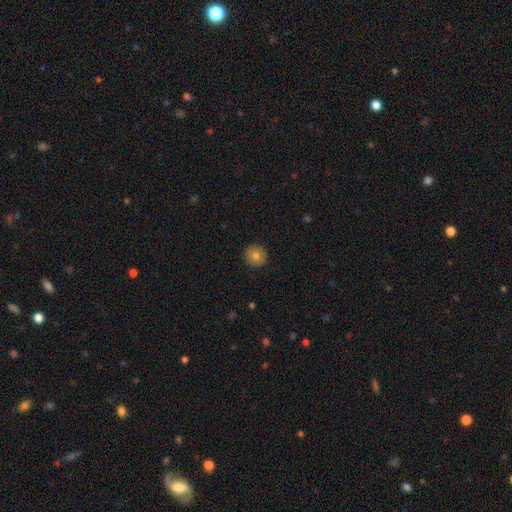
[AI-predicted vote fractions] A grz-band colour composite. It shows a smooth galaxy with no disk features (77%) that is round (95%). Merging: none (91%).